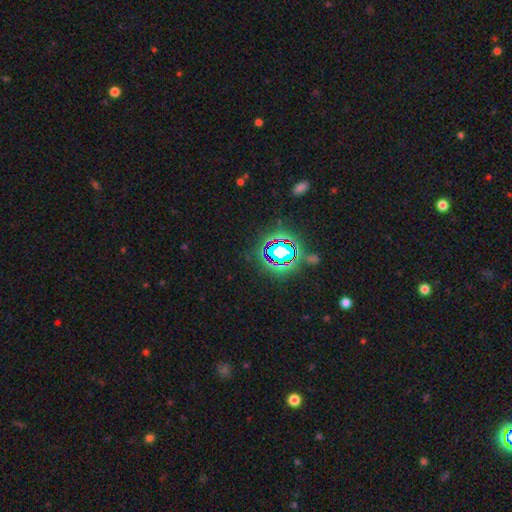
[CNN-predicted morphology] A star or artifact, not a galaxy (77%).